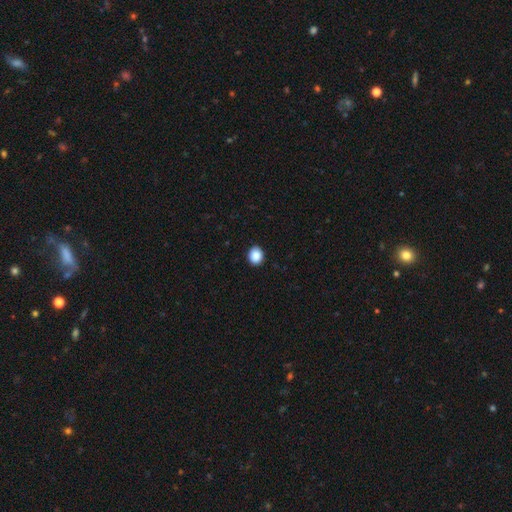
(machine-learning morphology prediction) smooth-or-featured: smooth: 89% | star or artifact: 9% | featured or disk: 3%
  how-rounded: round: 70% | in between: 30% | cigar-shaped: 1%
  merging: none: 91% | minor disturbance: 6% | major disturbance: 2% | merger: 1%